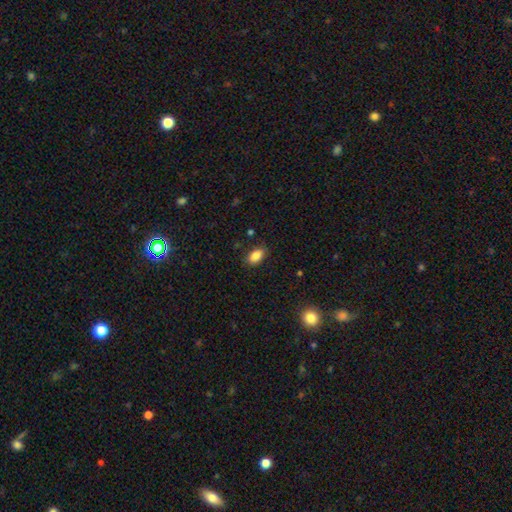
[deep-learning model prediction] A smooth galaxy with no disk features (87%) that is in between round and cigar-shaped (90%).

Vote fractions:
- Smooth or featured? smooth: 87% / star or artifact: 8% / featured or disk: 5%
- How rounded? in between: 90% / round: 7% / cigar-shaped: 3%
- Merging? none: 83% / minor disturbance: 13% / major disturbance: 3% / merger: 1%